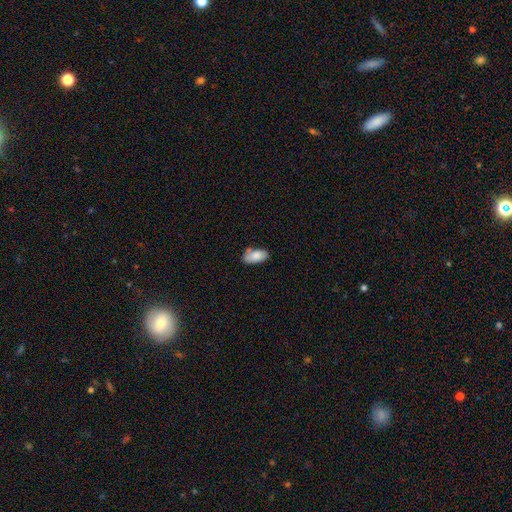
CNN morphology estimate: smooth-or-featured: smooth: 82% | featured or disk: 11% | star or artifact: 7%
  how-rounded: in between: 93% | cigar-shaped: 4% | round: 3%
  merging: none: 61% | minor disturbance: 24% | merger: 9% | major disturbance: 5%